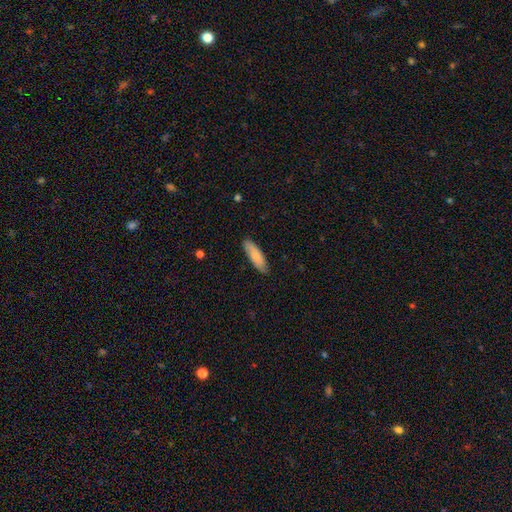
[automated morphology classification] Overall: smooth (78%). How rounded: cigar-shaped (54%; in between 44%). Merging: none (85%).